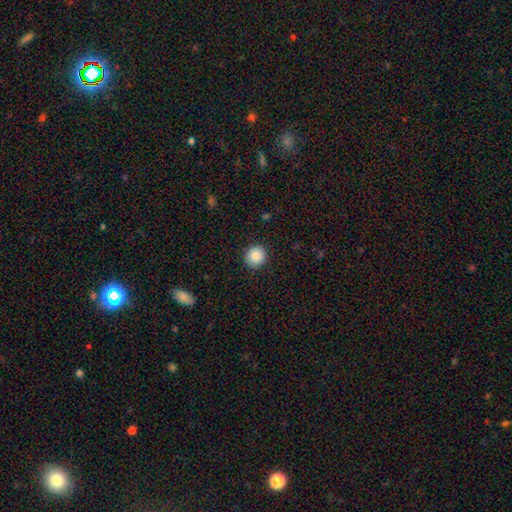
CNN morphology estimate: Smooth or featured?
  - smooth: 86% *
  - star or artifact: 9%
  - featured or disk: 5%
How rounded?
  - round: 92% *
  - in between: 8%
  - cigar-shaped: 1%
Merging?
  - none: 91% *
  - minor disturbance: 6%
  - major disturbance: 2%
  - merger: 1%